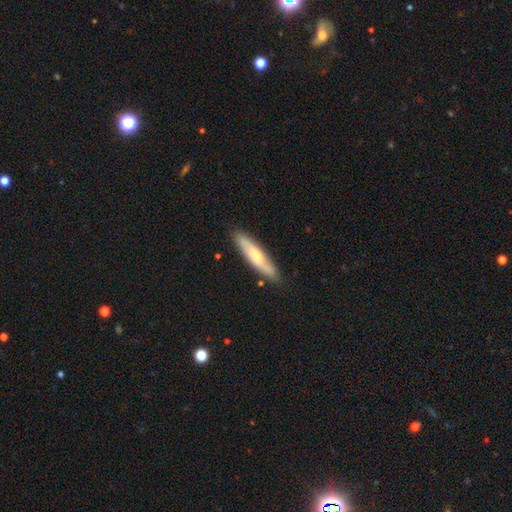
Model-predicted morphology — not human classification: This appears to be a smooth galaxy with no disk features (58%) that is cigar-shaped (82%). Merging: none (85%).